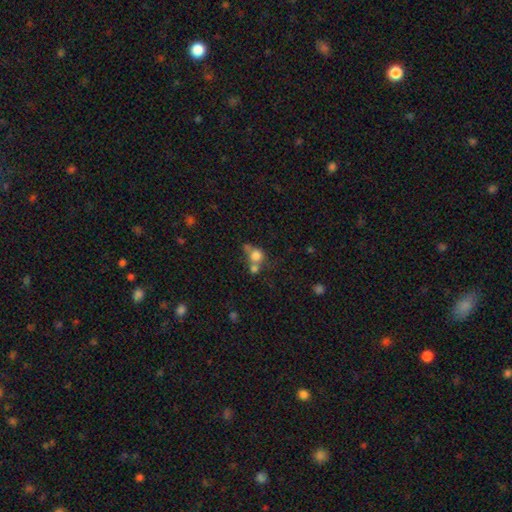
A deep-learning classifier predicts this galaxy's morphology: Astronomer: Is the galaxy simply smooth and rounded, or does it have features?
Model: smooth — 73%.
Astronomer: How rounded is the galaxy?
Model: round — 78%.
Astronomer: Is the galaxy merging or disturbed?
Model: merger — 48% (runner-up: none, 34%).